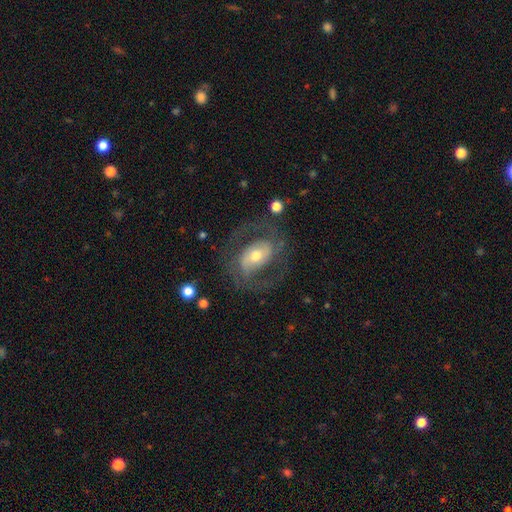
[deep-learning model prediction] A featured or disk galaxy (77%) with no bar (39%), 2 (84%) medium (51%) spiral arms (80%) and a moderate central bulge (62%).

Vote fractions:
- Smooth or featured? featured or disk: 77% / smooth: 17% / star or artifact: 6%
- Edge-on disk? no: 96% / yes: 4%
- Bar? no: 39% / weak: 35% / strong: 26%
- Spiral arms? yes: 80% / no: 20%
- Spiral winding? medium: 51% / tight: 28% / loose: 22%
- Spiral arm count? 2: 84% / can't tell: 9% / 1: 3% / 3: 2% / 4: 1% / more than 4: 1%
- Bulge size? moderate: 62% / small: 28% / large: 8% / dominant: 1% / none: 1%
- Merging? none: 71% / major disturbance: 14% / minor disturbance: 14% / merger: 2%